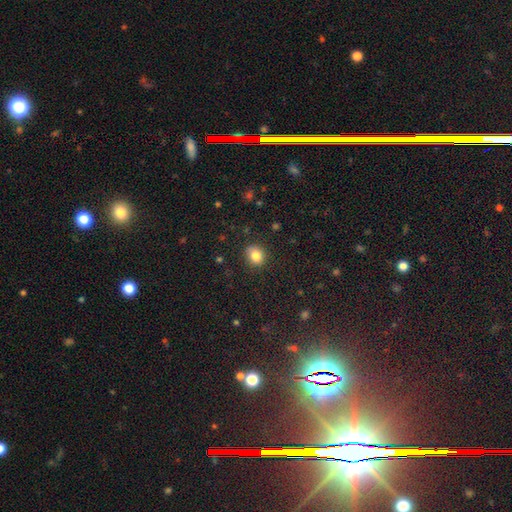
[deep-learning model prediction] Morphology: type=smooth (83%); roundness=round (68%); merging=none (84%).